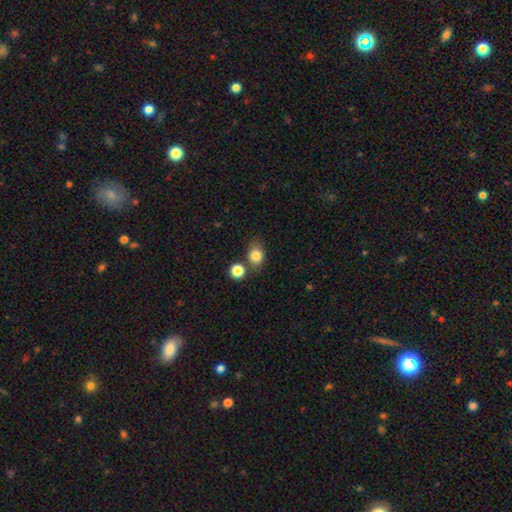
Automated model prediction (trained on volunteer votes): Smooth or featured: smooth — 82% (star or artifact — 11%)
How rounded: in between — 50% (round — 48%)
Merging: none — 68% (minor disturbance — 14%)